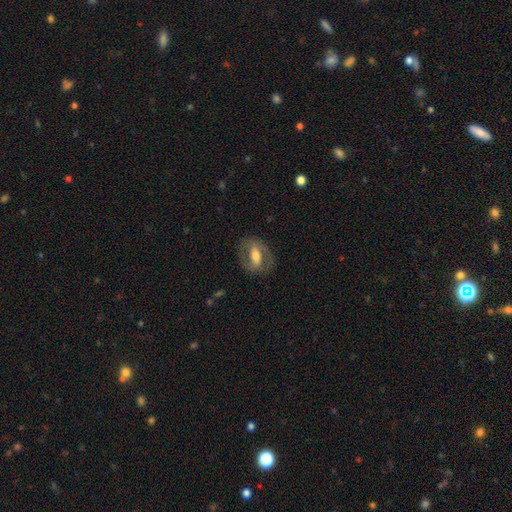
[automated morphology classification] Smooth or featured? featured or disk (62%)
Edge-on disk? no (89%)
Bar? strong (49%)
Spiral arms? yes (54%)
Bulge size? moderate (61%)
Merging? none (76%)